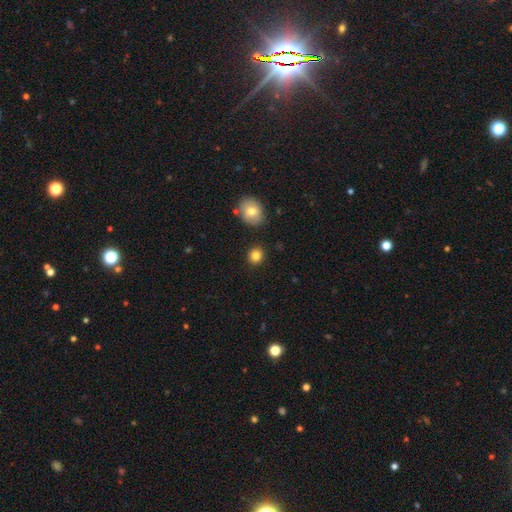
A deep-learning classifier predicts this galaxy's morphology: smooth_or_featured: smooth (p=0.84) [alt: star or artifact p=0.11]
how_rounded: round (p=0.82) [alt: in between p=0.17]
merging: none (p=0.89) [alt: minor disturbance p=0.07]